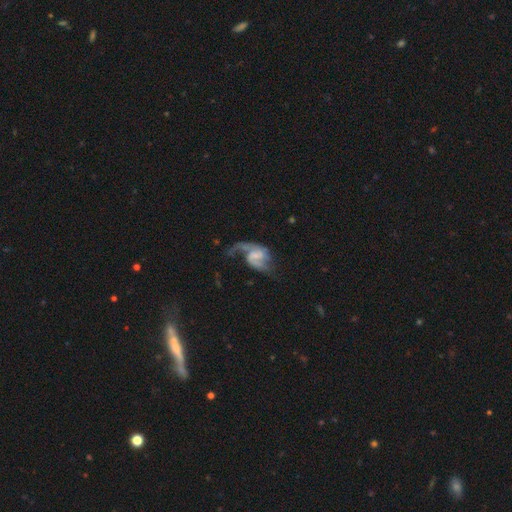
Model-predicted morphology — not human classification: Overall: featured or disk (83%). Edge-on disk: no (98%). Bar: weak (47%; no 41%). Spiral arms: yes (93%). Spiral arm count: 2 (75%). Spiral winding: loose (54%; medium 36%). Bulge size: small (41%; none 35%). Merging: none (39%; major disturbance 37%).